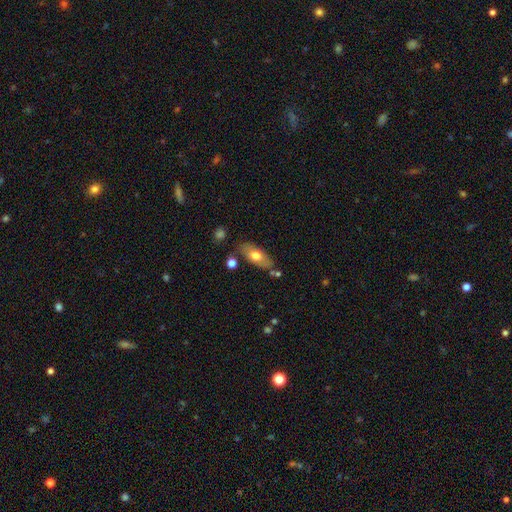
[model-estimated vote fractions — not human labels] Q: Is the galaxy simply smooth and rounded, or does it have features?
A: smooth — 65%.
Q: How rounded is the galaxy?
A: in between — 85%.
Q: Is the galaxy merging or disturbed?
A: none — 74%.